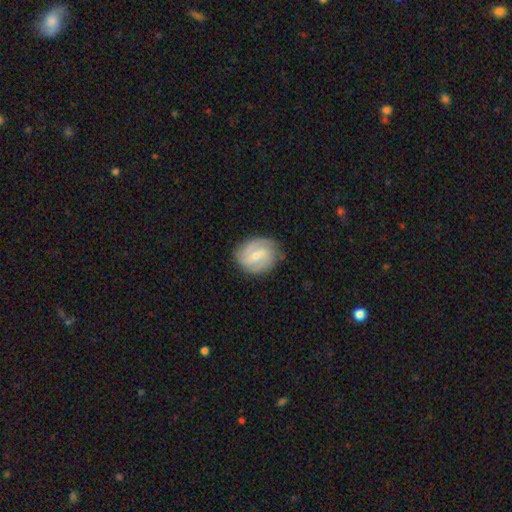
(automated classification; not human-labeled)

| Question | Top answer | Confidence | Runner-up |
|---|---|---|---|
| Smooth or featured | featured or disk | 70% | smooth (24%) |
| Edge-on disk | no | 97% | yes (3%) |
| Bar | weak | 55% | no (29%) |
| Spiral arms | yes | 92% | no (8%) |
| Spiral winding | medium | 42% | tied: tight (42%) |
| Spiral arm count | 2 | 50% | 3 (20%) |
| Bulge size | small | 54% | moderate (42%) |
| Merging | none | 77% | minor disturbance (17%) |